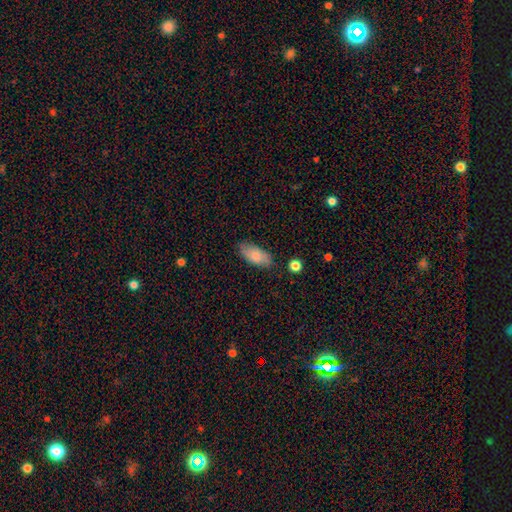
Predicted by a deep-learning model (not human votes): The model was most divided on "merging": none: 77%, minor disturbance: 17%, major disturbance: 3%, merger: 2%. More confident: how rounded — in between (89%); smooth or featured — smooth (80%).